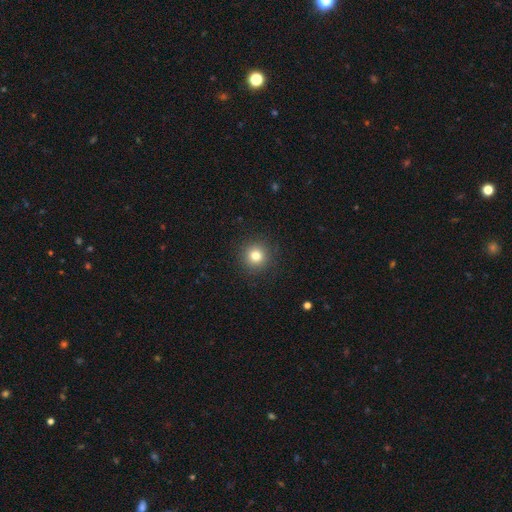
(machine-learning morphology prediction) This appears to be a smooth galaxy with no disk features (80%) that is round (94%). Merging: none (91%).